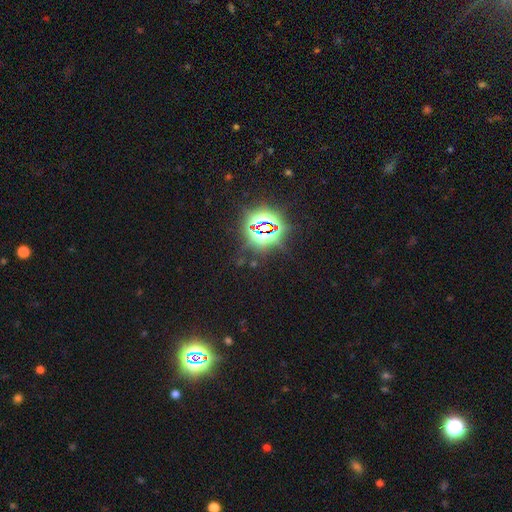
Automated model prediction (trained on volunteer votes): Smooth or featured?
  - star or artifact: 83% *
  - smooth: 11%
  - featured or disk: 7%